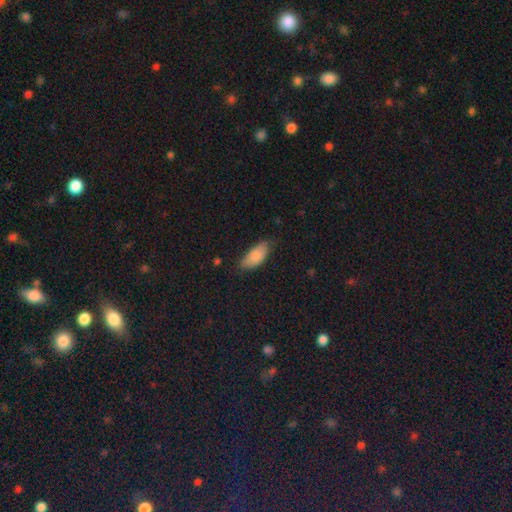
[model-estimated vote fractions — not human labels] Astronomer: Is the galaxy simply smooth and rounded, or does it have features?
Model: smooth — 84%.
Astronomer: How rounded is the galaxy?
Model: in between — 88%.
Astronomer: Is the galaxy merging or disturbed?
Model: none — 63%.